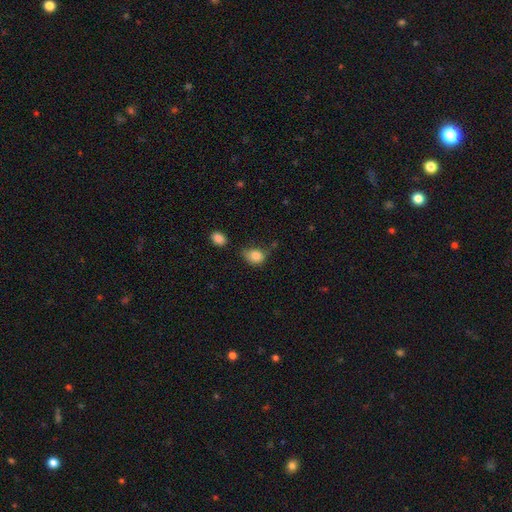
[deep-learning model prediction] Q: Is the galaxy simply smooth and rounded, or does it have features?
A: smooth — 83%.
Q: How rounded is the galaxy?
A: in between — 58%.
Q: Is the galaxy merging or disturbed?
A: none — 44%.